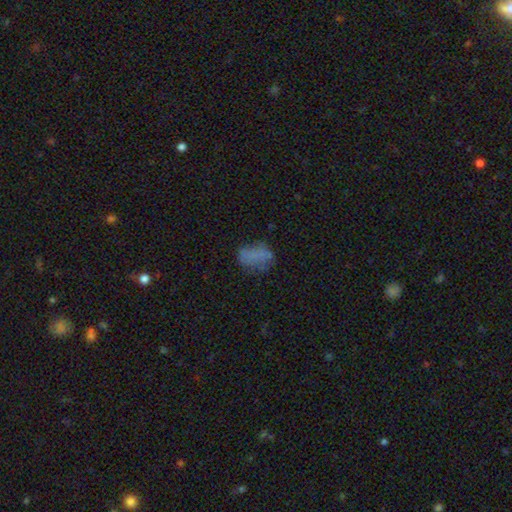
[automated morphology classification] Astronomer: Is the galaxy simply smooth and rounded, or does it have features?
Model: smooth — 66%.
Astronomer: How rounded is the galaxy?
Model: in between — 79%.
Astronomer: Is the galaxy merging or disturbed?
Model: none — 56%.